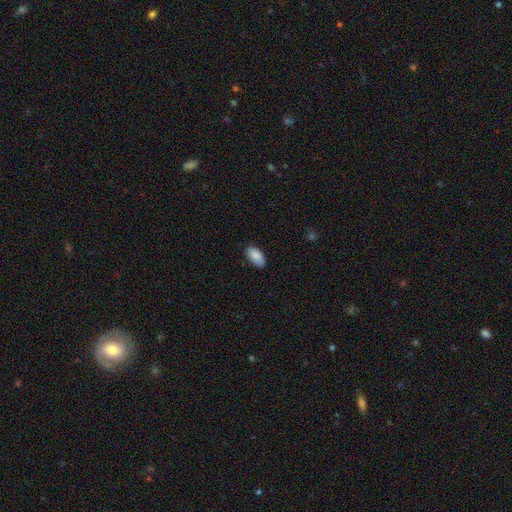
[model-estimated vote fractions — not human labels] smooth_or_featured: smooth (p=0.88) [alt: star or artifact p=0.07]
how_rounded: in between (p=0.95) [alt: round p=0.03]
merging: none (p=0.83) [alt: minor disturbance p=0.14]